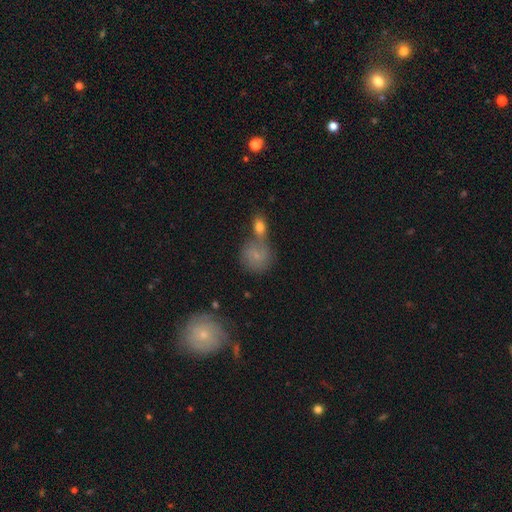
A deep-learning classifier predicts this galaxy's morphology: Overall: smooth (59%; featured or disk 30%). How rounded: round (69%). Merging: none (41%; merger 39%).